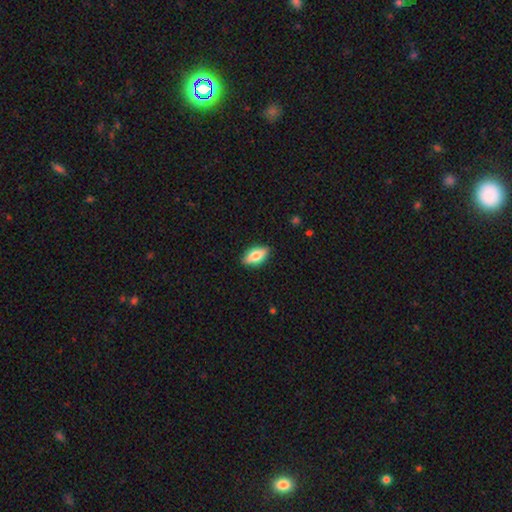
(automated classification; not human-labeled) Q: Smooth or featured?
A: smooth (72%); runner-up: featured or disk (21%)
Q: How rounded?
A: in between (84%); runner-up: cigar-shaped (13%)
Q: Merging?
A: none (86%); runner-up: minor disturbance (11%)